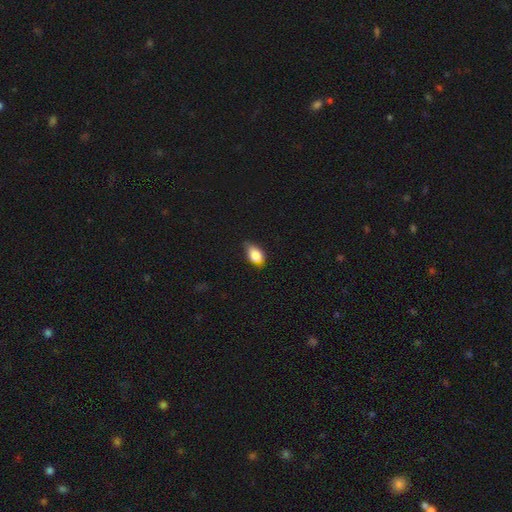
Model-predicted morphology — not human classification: A smooth galaxy with no disk features (84%) that is in between round and cigar-shaped (87%).

Vote fractions:
- Smooth or featured? smooth: 84% / featured or disk: 9% / star or artifact: 8%
- How rounded? in between: 87% / round: 10% / cigar-shaped: 3%
- Merging? none: 52% / minor disturbance: 39% / major disturbance: 7% / merger: 2%